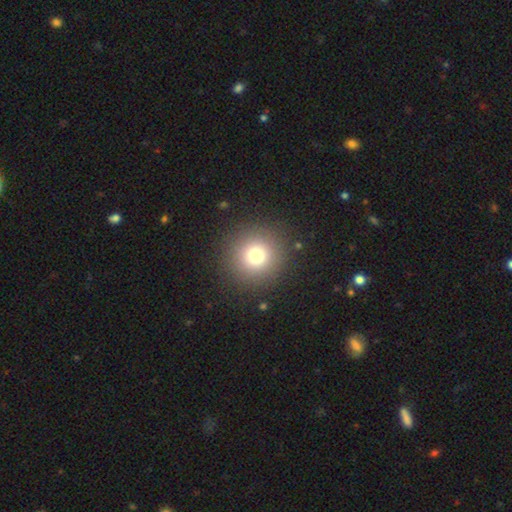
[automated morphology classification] Smooth or featured: smooth — 76% (star or artifact — 15%)
How rounded: round — 95% (in between — 4%)
Merging: none — 90% (minor disturbance — 6%)